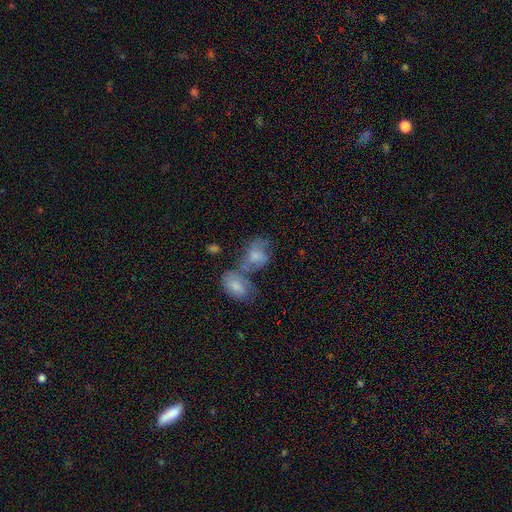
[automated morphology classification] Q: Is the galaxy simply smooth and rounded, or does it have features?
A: smooth — 65%.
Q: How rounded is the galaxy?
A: in between — 76%.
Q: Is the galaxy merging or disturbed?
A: merger — 50%.